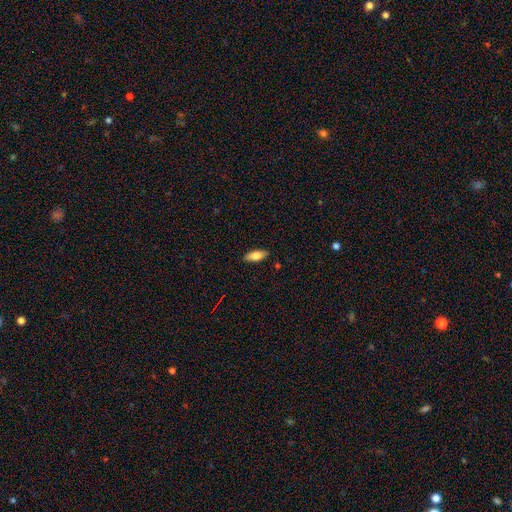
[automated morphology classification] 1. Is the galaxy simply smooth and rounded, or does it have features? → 77% smooth, 17% featured or disk, 7% star or artifact.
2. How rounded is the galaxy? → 76% in between, 22% cigar-shaped, 2% round.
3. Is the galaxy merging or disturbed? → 88% none, 9% minor disturbance, 2% major disturbance, 1% merger.